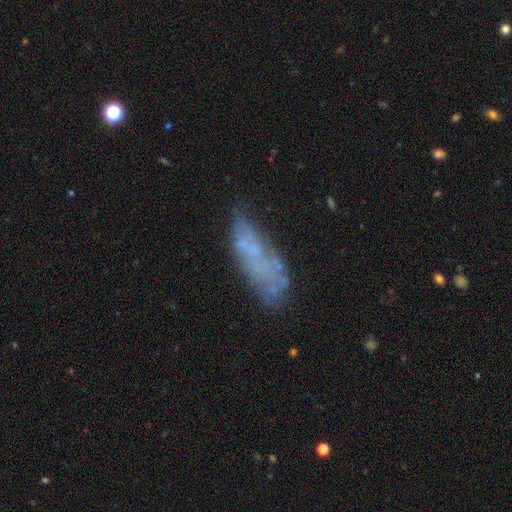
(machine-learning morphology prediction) Smooth or featured? Predicted: smooth (p=0.43, tied with featured or disk). Merging? Predicted: none (p=0.47).